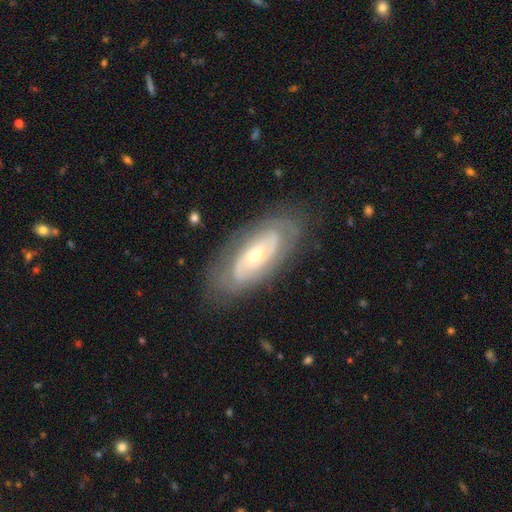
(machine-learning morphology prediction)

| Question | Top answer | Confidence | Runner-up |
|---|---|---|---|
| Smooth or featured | featured or disk | 77% | smooth (17%) |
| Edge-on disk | no | 90% | yes (10%) |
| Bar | no | 70% | weak (21%) |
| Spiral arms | yes | 77% | no (23%) |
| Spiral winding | tight | 60% | medium (29%) |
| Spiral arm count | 2 | 47% | can't tell (37%) |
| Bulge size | small | 53% | moderate (43%) |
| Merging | none | 77% | minor disturbance (15%) |